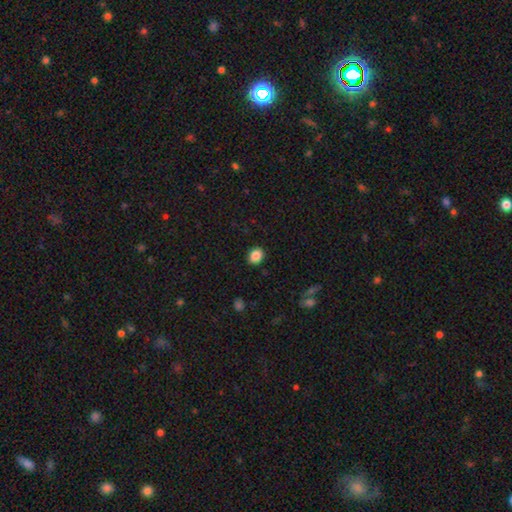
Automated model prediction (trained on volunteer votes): The model was most divided on "how rounded": round: 52%, in between: 47%, cigar-shaped: 1%. More confident: merging — none (89%); smooth or featured — smooth (87%).